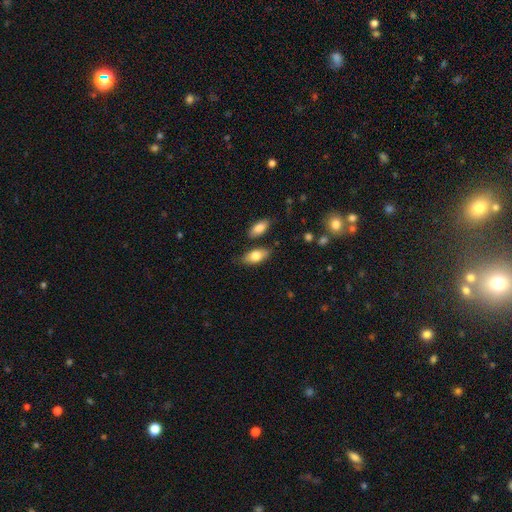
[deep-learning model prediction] smooth 78%, featured or disk 16%, star or artifact 6%. Down the decision tree: how rounded — in between (87%); merging — none (73%).